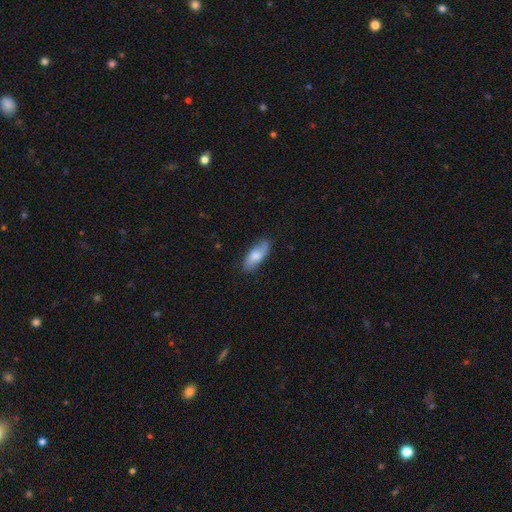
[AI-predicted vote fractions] Smooth or featured?
  - smooth: 74% *
  - featured or disk: 20%
  - star or artifact: 6%
How rounded?
  - in between: 76% *
  - cigar-shaped: 21%
  - round: 2%
Merging?
  - none: 80% *
  - minor disturbance: 16%
  - major disturbance: 3%
  - merger: 1%